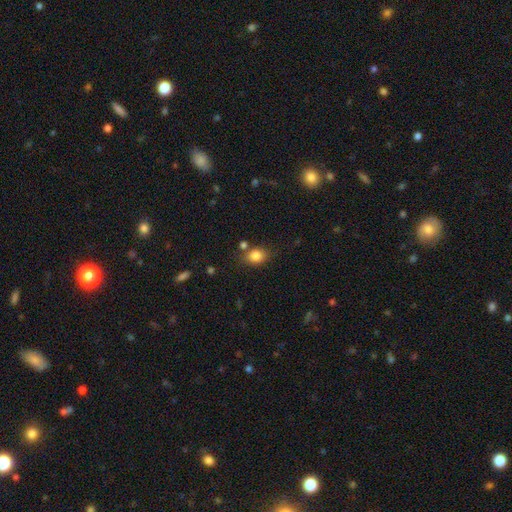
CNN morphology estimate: type=smooth (83%); roundness=in between (57%); merging=none (70%).